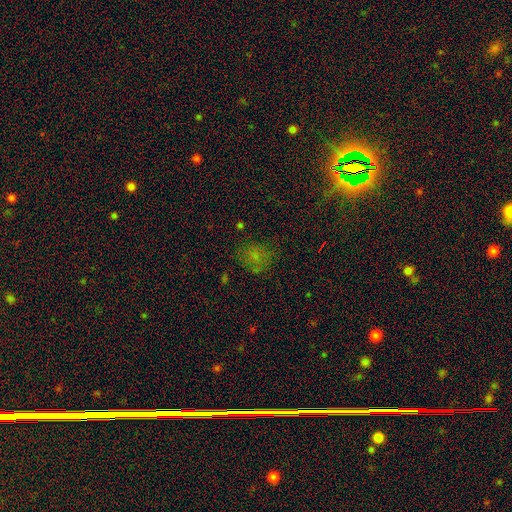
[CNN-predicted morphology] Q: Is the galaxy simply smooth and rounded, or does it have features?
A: smooth — 58%.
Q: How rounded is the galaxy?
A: round — 66%.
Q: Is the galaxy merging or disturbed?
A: none — 65%.